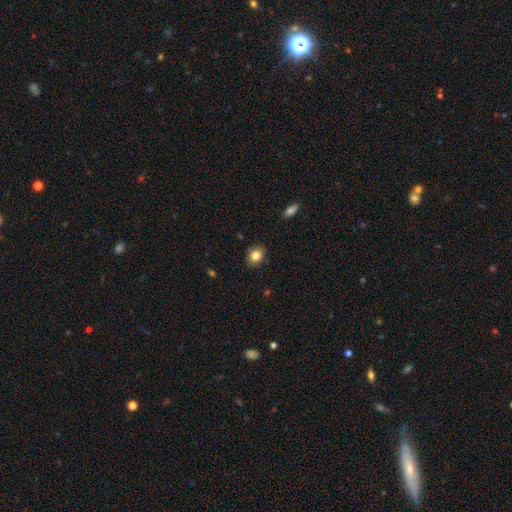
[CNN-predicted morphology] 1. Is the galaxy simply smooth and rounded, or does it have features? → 83% smooth, 9% star or artifact, 8% featured or disk.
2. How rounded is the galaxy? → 54% in between, 45% round, 1% cigar-shaped.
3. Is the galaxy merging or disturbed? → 86% none, 11% minor disturbance, 2% major disturbance, 1% merger.